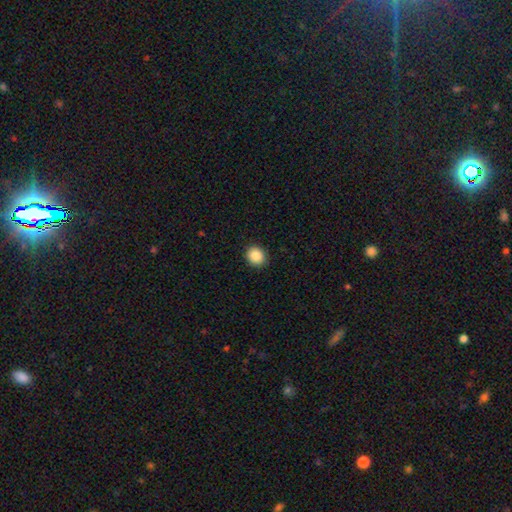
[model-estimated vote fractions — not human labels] Smooth or featured? smooth (88%)
How rounded? round (72%)
Merging? none (91%)